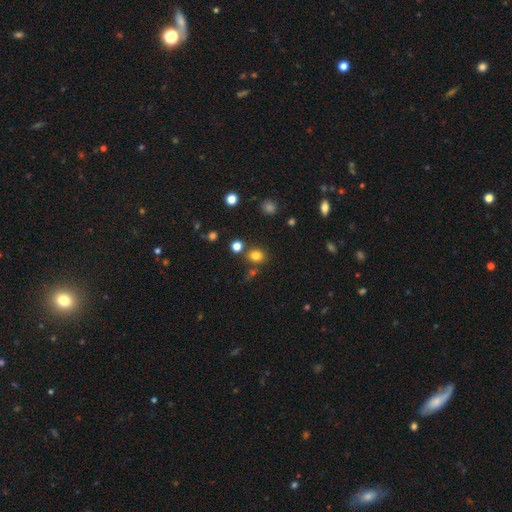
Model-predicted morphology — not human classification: smooth 79%, star or artifact 15%, featured or disk 6%. Down the decision tree: how rounded — round (58%); merging — none (73%).